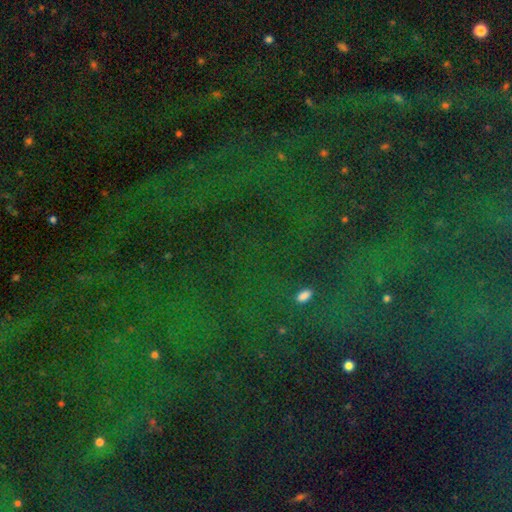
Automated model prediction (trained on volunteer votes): Smooth or featured? Predicted: star or artifact (p=0.80).